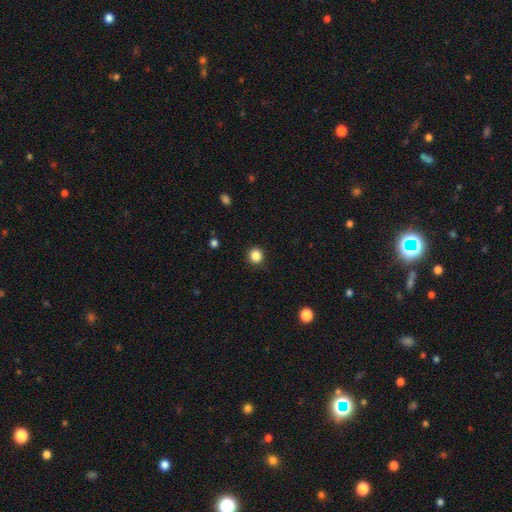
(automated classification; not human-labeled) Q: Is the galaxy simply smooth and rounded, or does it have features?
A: smooth — 85%.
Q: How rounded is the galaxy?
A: round — 93%.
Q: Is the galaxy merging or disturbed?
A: none — 90%.